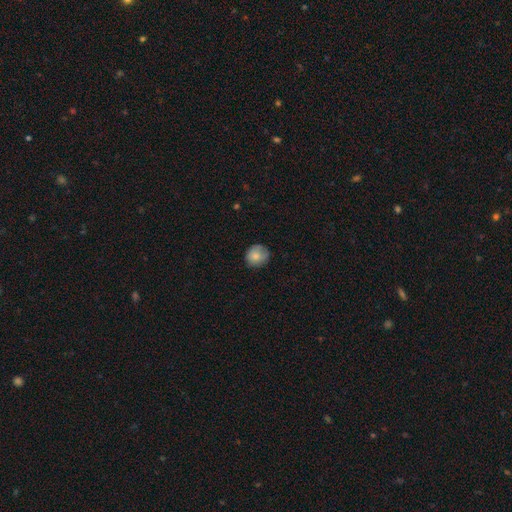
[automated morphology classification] smooth-or-featured: smooth: 80% | featured or disk: 12% | star or artifact: 8%
  how-rounded: round: 83% | in between: 16% | cigar-shaped: 1%
  merging: none: 76% | minor disturbance: 19% | major disturbance: 4% | merger: 1%